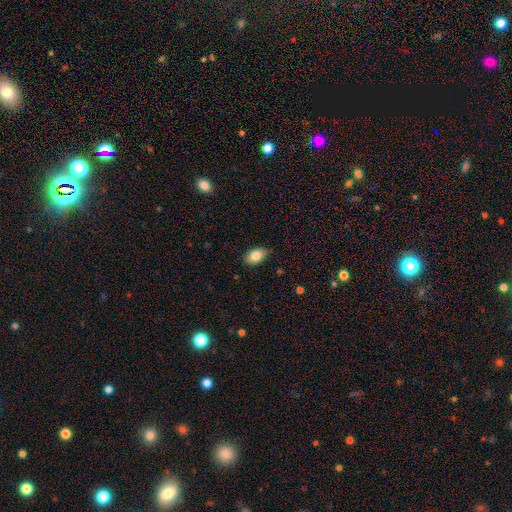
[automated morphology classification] Smooth or featured: smooth — 83% (featured or disk — 9%)
How rounded: in between — 89% (round — 9%)
Merging: none — 85% (minor disturbance — 12%)